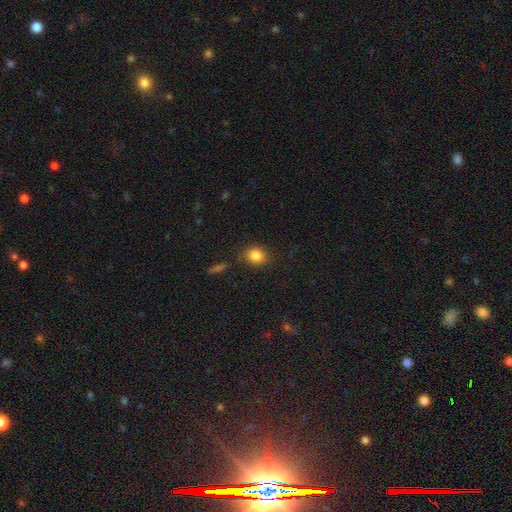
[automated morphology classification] Smooth or featured?
  - smooth: 84% *
  - star or artifact: 10%
  - featured or disk: 6%
How rounded?
  - round: 61% *
  - in between: 38%
  - cigar-shaped: 1%
Merging?
  - none: 82% *
  - minor disturbance: 12%
  - major disturbance: 3%
  - merger: 3%